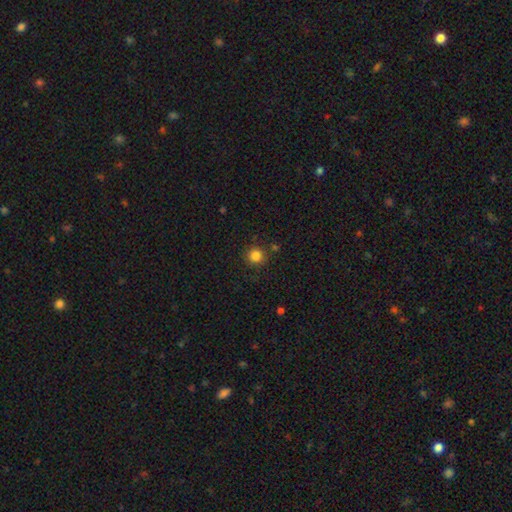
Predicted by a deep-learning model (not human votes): Smooth or featured? smooth (83%)
How rounded? round (93%)
Merging? none (86%)